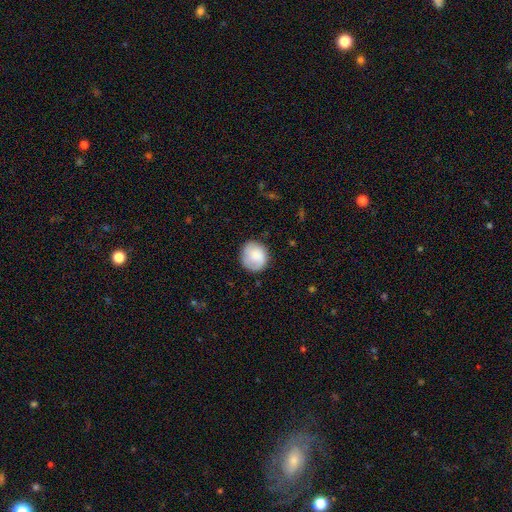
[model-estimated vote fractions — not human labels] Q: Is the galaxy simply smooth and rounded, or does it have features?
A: smooth — 78%.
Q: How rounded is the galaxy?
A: round — 82%.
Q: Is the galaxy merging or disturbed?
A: none — 78%.